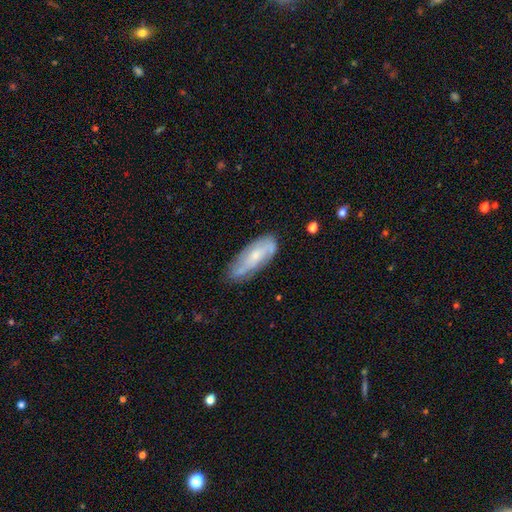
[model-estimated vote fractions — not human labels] This is possibly a featured or disk galaxy (59%). It is clearly not viewed edge-on (84%). Merging: likely none (71%).